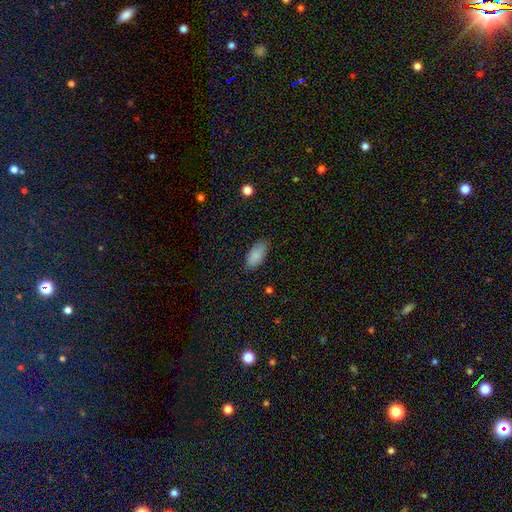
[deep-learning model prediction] smooth_or_featured: smooth (p=0.88) [alt: star or artifact p=0.07]
how_rounded: in between (p=0.93) [alt: cigar-shaped p=0.05]
merging: none (p=0.84) [alt: minor disturbance p=0.13]